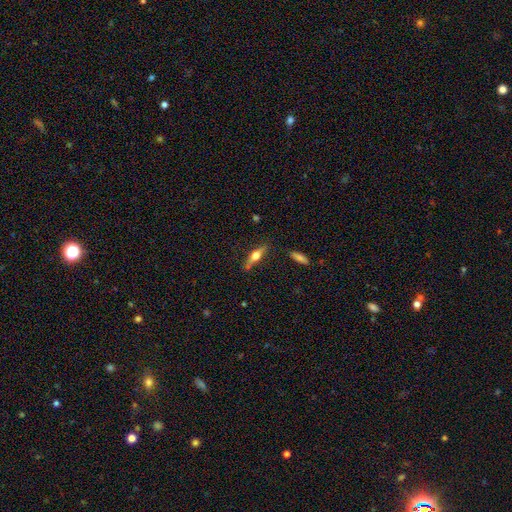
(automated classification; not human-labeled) Smooth or featured? Predicted: featured or disk (p=0.50). Merging? Predicted: none (p=0.78).